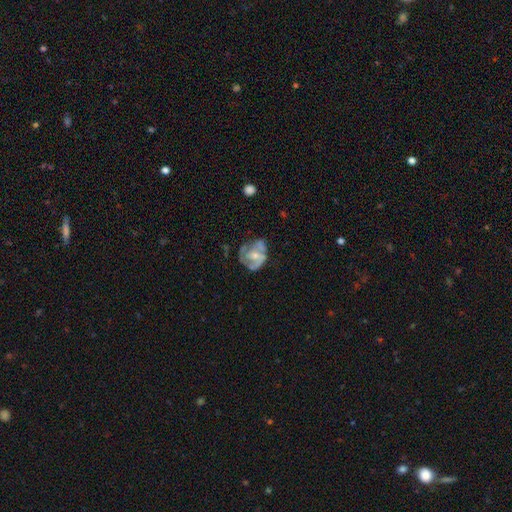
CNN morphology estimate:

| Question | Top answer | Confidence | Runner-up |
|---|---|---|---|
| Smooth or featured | featured or disk | 66% | smooth (27%) |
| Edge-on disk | no | 98% | yes (2%) |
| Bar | no | 60% | weak (31%) |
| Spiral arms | yes | 66% | no (34%) |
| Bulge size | small | 46% | moderate (45%) |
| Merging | none | 42% | minor disturbance (28%) |